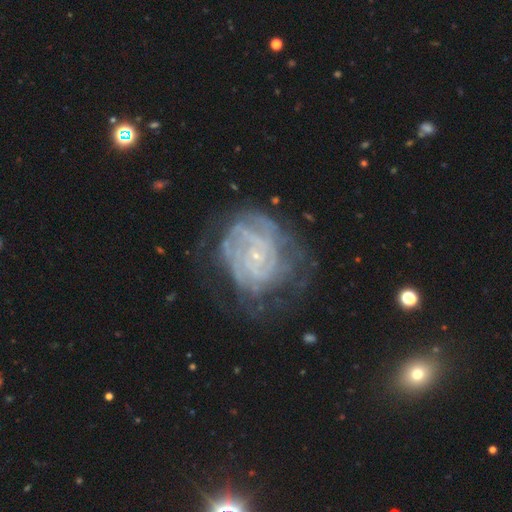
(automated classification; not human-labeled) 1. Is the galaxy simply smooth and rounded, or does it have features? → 84% featured or disk, 8% smooth, 7% star or artifact.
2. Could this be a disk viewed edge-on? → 98% no, 2% yes.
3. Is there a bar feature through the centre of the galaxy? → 69% no, 24% weak, 6% strong.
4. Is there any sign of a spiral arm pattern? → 92% yes, 8% no.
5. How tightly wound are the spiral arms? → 72% tight, 22% medium, 6% loose.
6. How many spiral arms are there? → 39% can't tell, 16% 4, 15% 2, 14% 3, 10% more than 4, 7% 1.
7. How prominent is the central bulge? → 87% small, 7% moderate, 4% none, 1% large, 1% dominant.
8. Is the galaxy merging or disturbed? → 58% none, 23% minor disturbance, 17% major disturbance, 2% merger.